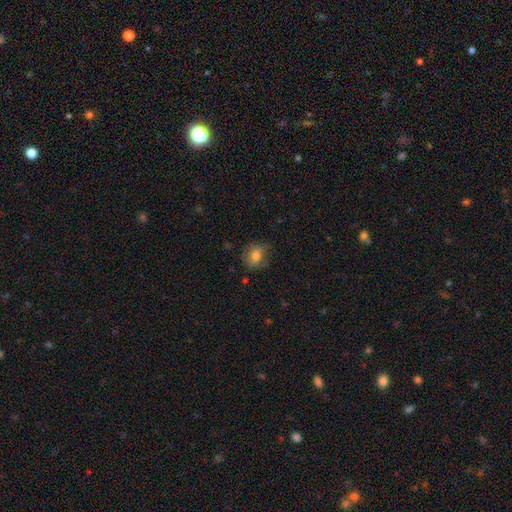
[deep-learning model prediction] Q: Smooth or featured?
A: smooth (72%); runner-up: featured or disk (18%)
Q: How rounded?
A: round (61%); runner-up: in between (37%)
Q: Merging?
A: none (68%); runner-up: minor disturbance (22%)